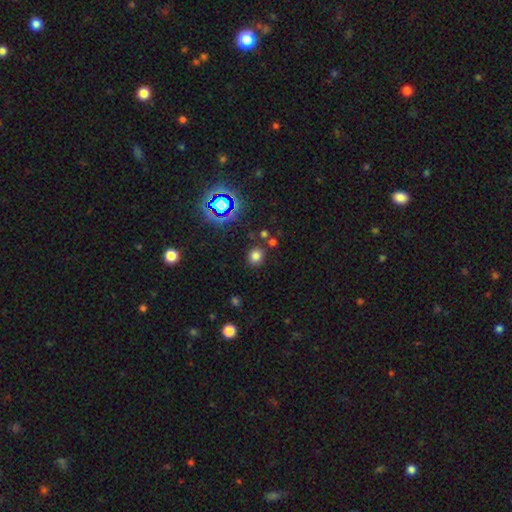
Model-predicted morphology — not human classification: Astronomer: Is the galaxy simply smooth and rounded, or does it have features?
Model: smooth — 72%.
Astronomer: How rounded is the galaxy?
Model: round — 76%.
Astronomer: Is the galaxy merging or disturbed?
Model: none — 82%.